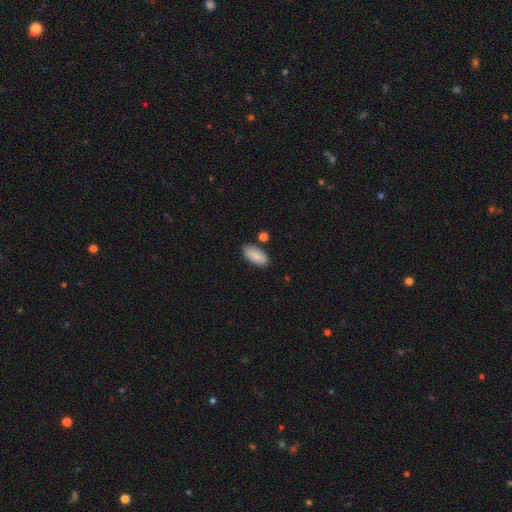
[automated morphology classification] Smooth or featured?
  - smooth: 85% *
  - featured or disk: 8%
  - star or artifact: 6%
How rounded?
  - in between: 92% *
  - cigar-shaped: 6%
  - round: 2%
Merging?
  - none: 82% *
  - minor disturbance: 11%
  - merger: 5%
  - major disturbance: 2%